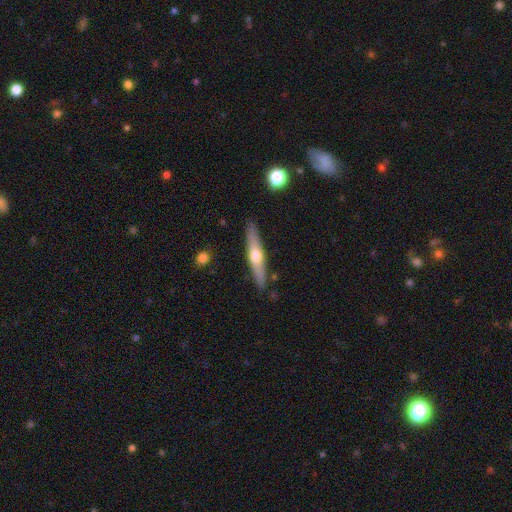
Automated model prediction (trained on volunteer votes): smooth_or_featured: featured or disk (p=0.55) [alt: smooth p=0.40]
disk_edge_on: yes (p=0.93) [alt: no p=0.07]
edge_on_bulge: rounded (p=0.91) [alt: none p=0.06]
merging: none (p=0.88) [alt: minor disturbance p=0.08]